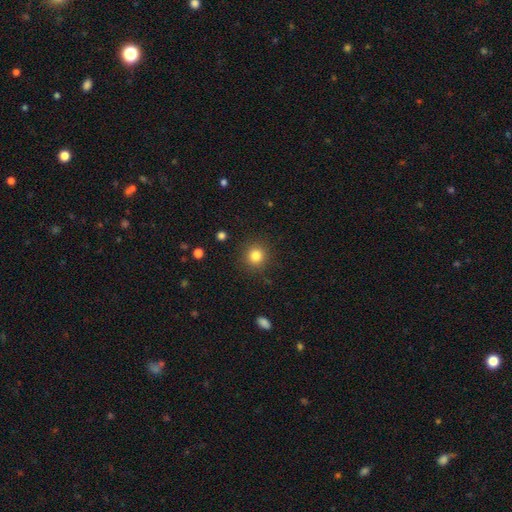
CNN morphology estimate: smooth_or_featured: smooth (p=0.83) [alt: star or artifact p=0.12]
how_rounded: round (p=0.92) [alt: in between p=0.07]
merging: none (p=0.89) [alt: minor disturbance p=0.07]